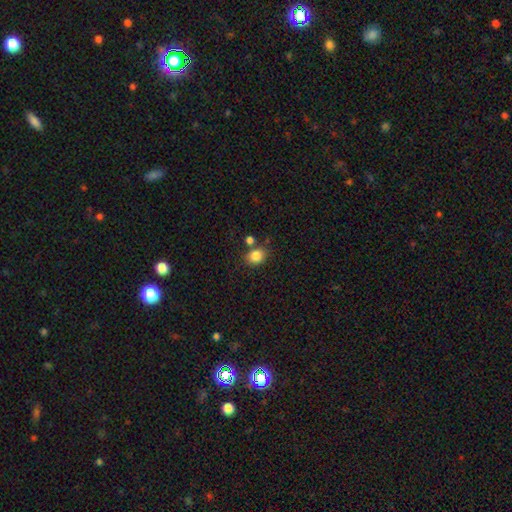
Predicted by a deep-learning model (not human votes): Smooth or featured? smooth (84%)
How rounded? round (59%)
Merging? none (72%)